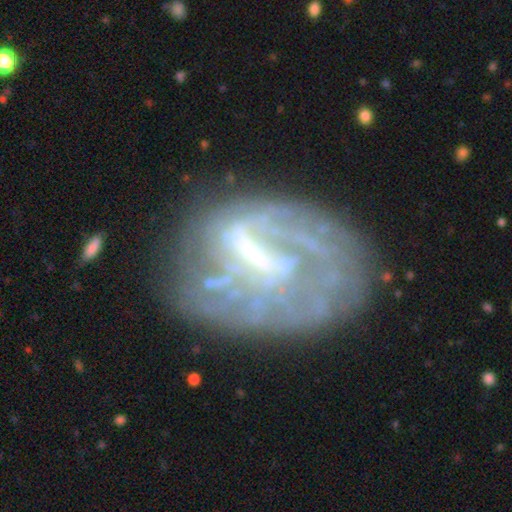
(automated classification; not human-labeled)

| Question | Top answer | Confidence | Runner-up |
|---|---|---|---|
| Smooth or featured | featured or disk | 75% | smooth (16%) |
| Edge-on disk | no | 96% | yes (4%) |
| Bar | strong | 43% | weak (37%) |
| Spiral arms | no | 51% | yes (49%) |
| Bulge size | none | 40% | small (33%) |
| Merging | none | 47% | major disturbance (27%) |